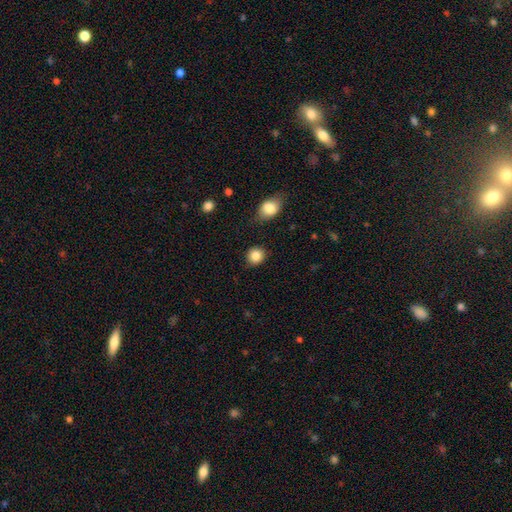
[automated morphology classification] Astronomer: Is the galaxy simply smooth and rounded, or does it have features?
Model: smooth — 85%.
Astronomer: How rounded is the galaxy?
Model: round — 85%.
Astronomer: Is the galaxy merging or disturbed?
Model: none — 86%.